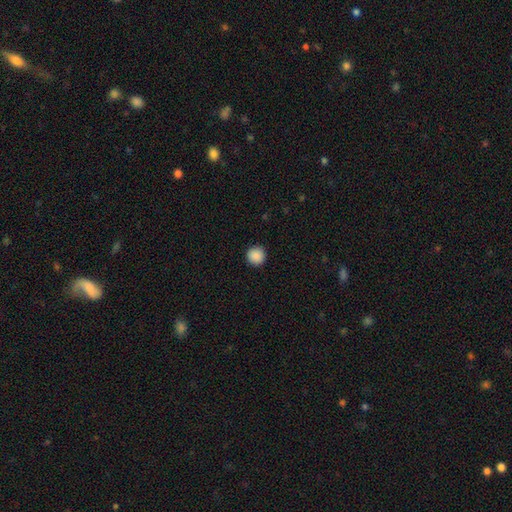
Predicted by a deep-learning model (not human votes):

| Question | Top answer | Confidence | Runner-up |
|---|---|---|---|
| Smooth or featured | smooth | 89% | star or artifact (8%) |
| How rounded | round | 95% | in between (4%) |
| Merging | none | 93% | minor disturbance (5%) |